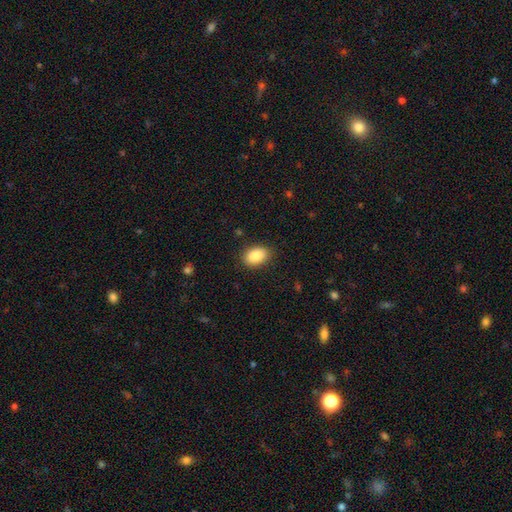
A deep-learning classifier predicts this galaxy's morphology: smooth 89%, star or artifact 7%, featured or disk 4%. Down the decision tree: how rounded — in between (88%); merging — none (87%).